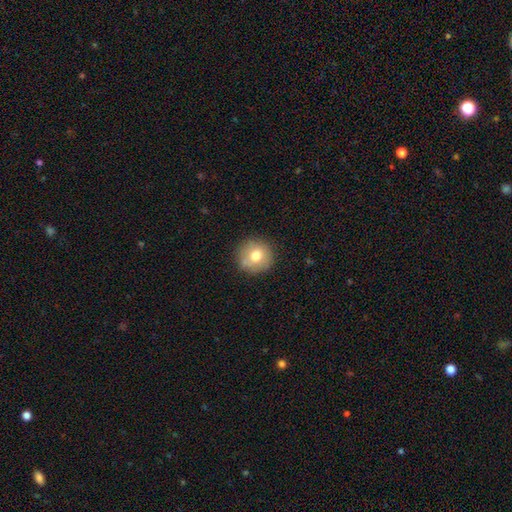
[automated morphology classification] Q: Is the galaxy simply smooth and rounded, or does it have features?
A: smooth — 74%.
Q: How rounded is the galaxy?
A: round — 94%.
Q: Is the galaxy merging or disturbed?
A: none — 82%.